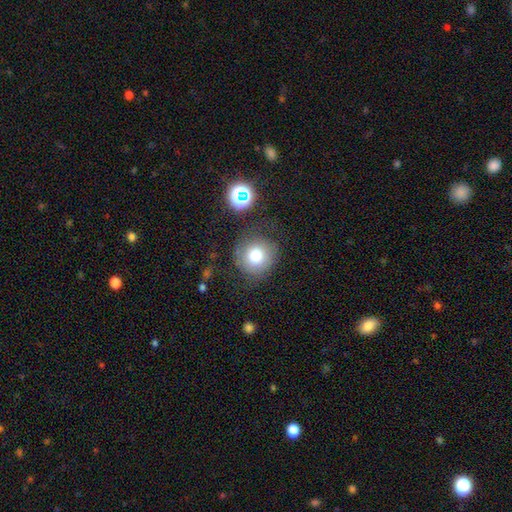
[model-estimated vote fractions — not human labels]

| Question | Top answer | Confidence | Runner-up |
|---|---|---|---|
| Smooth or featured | smooth | 74% | featured or disk (14%) |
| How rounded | round | 91% | in between (8%) |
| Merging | none | 72% | minor disturbance (16%) |